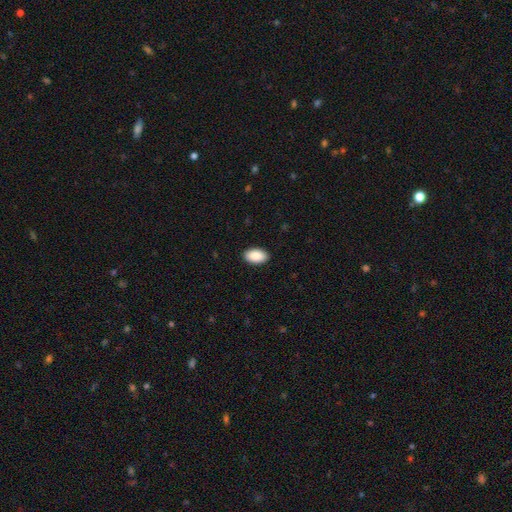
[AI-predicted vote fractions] Smooth or featured?
  - smooth: 90% *
  - star or artifact: 6%
  - featured or disk: 4%
How rounded?
  - in between: 95% *
  - round: 4%
  - cigar-shaped: 1%
Merging?
  - none: 91% *
  - minor disturbance: 7%
  - major disturbance: 2%
  - merger: 1%